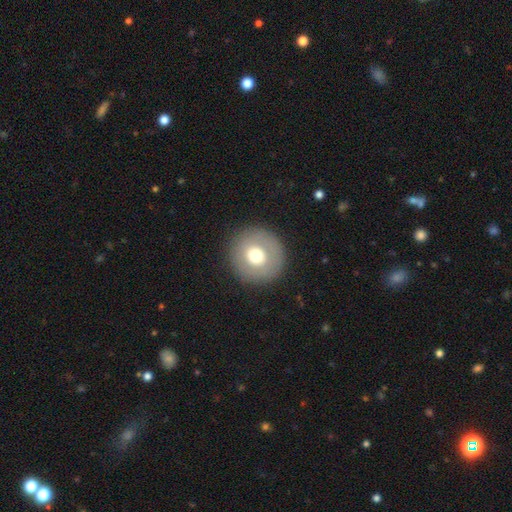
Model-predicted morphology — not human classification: Overall: smooth (66%). How rounded: round (95%). Merging: none (89%).